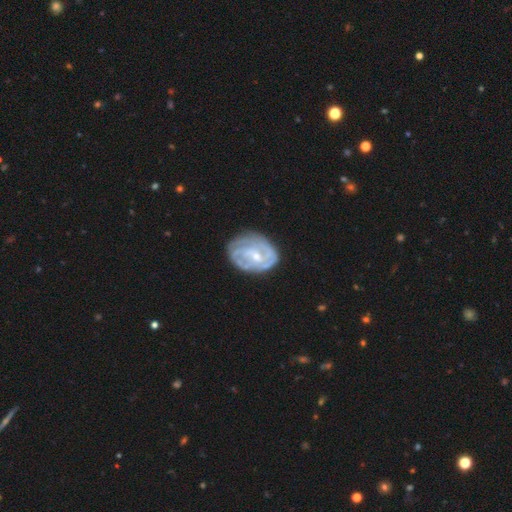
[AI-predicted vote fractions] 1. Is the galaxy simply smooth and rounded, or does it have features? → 75% featured or disk, 19% smooth, 6% star or artifact.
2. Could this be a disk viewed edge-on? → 97% no, 3% yes.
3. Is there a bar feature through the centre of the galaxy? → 52% no, 39% weak, 9% strong.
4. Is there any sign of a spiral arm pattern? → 80% yes, 20% no.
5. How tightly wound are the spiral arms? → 62% tight, 27% medium, 10% loose.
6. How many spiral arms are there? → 46% can't tell, 24% 2, 15% 3, 6% 4, 6% 1, 4% more than 4.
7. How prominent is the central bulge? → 51% small, 43% moderate, 3% none, 2% large, 1% dominant.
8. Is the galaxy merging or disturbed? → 64% none, 24% minor disturbance, 10% major disturbance, 2% merger.